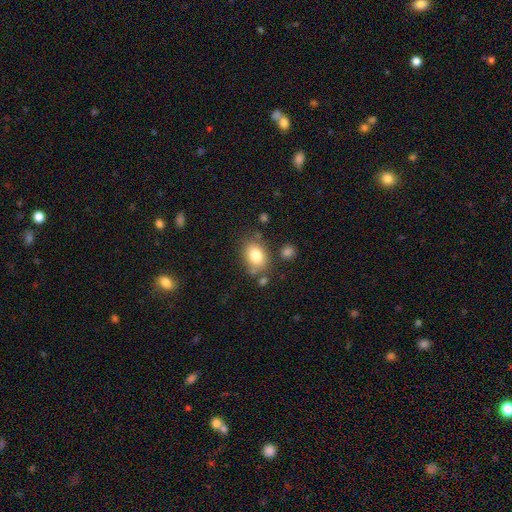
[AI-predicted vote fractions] smooth-or-featured: smooth: 80% | featured or disk: 11% | star or artifact: 9%
  how-rounded: in between: 71% | round: 28% | cigar-shaped: 1%
  merging: none: 70% | minor disturbance: 17% | merger: 8% | major disturbance: 5%